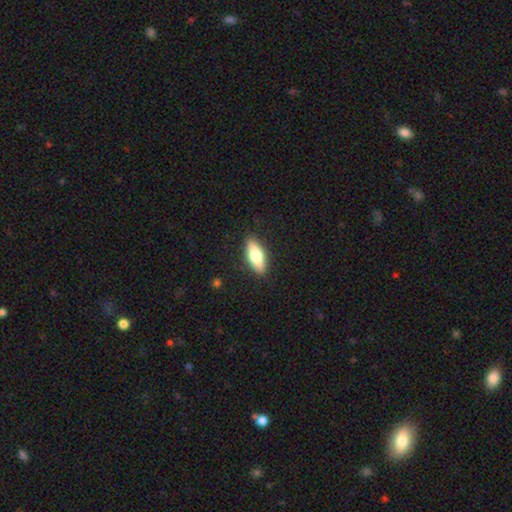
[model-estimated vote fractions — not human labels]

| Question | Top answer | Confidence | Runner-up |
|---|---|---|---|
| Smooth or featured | smooth | 64% | featured or disk (31%) |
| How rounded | in between | 65% | cigar-shaped (32%) |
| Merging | none | 88% | minor disturbance (9%) |